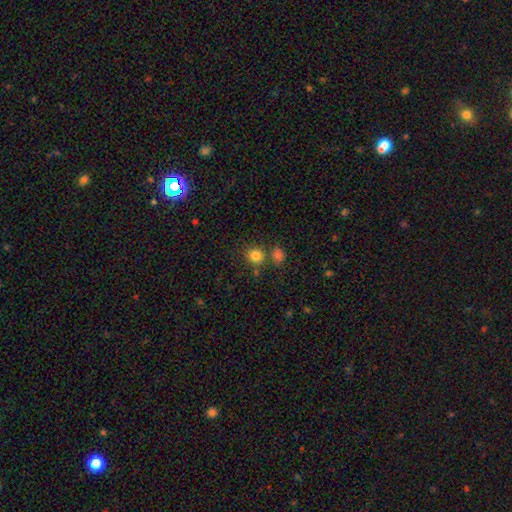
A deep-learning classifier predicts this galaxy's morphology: A smooth galaxy with no disk features (82%) that is round (85%).

Vote fractions:
- Smooth or featured? smooth: 82% / star or artifact: 12% / featured or disk: 6%
- How rounded? round: 85% / in between: 14% / cigar-shaped: 1%
- Merging? none: 73% / merger: 15% / minor disturbance: 9% / major disturbance: 3%